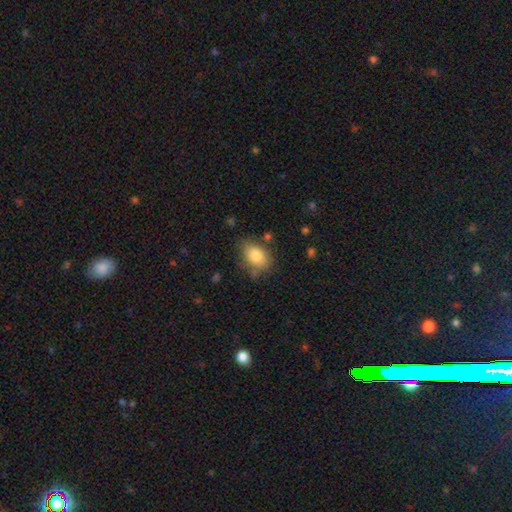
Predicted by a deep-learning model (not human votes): Q: Smooth or featured?
A: smooth (82%); runner-up: featured or disk (10%)
Q: How rounded?
A: in between (81%); runner-up: round (17%)
Q: Merging?
A: none (70%); runner-up: minor disturbance (20%)